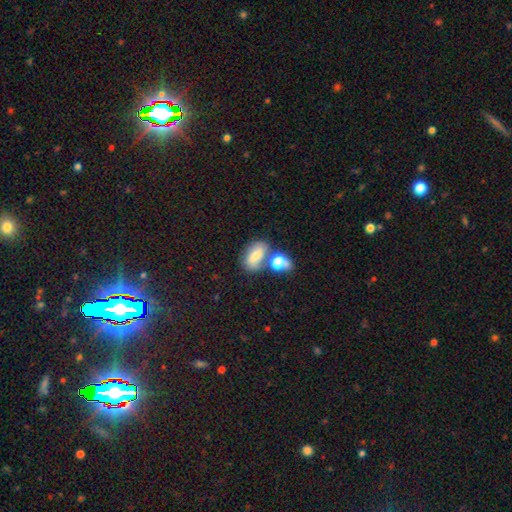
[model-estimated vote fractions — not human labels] The model was most divided on "merging": none: 47%, merger: 31%, minor disturbance: 15%, major disturbance: 7%. More confident: how rounded — in between (79%); smooth or featured — smooth (61%).